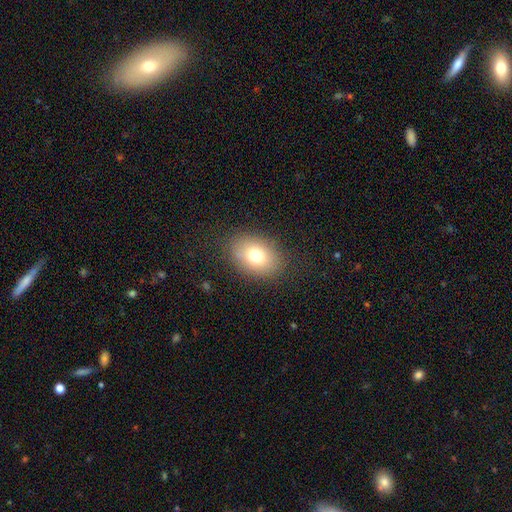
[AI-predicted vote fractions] This appears to be a smooth galaxy with no disk features (74%) that is in between round and cigar-shaped (73%). Merging: none (82%).